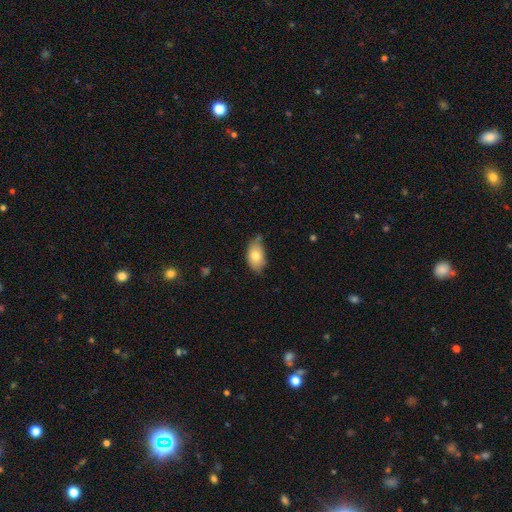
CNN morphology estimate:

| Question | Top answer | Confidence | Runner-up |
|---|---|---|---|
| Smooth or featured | smooth | 78% | featured or disk (14%) |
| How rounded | in between | 91% | round (8%) |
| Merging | none | 56% | minor disturbance (34%) |